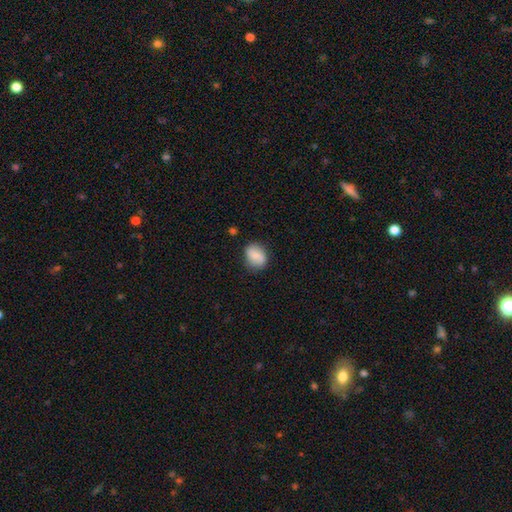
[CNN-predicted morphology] Smooth or featured? Predicted: smooth (p=0.72). How rounded? Predicted: in between (p=0.50). Merging? Predicted: none (p=0.77).